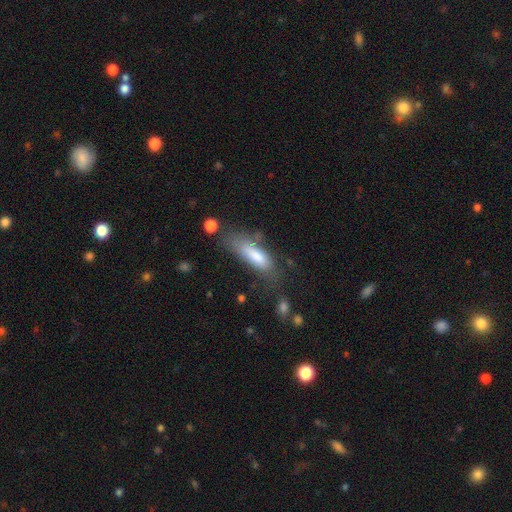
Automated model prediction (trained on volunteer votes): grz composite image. It shows a smooth galaxy with no disk features (72%) that is in between round and cigar-shaped (50%). Merging: none (51%).